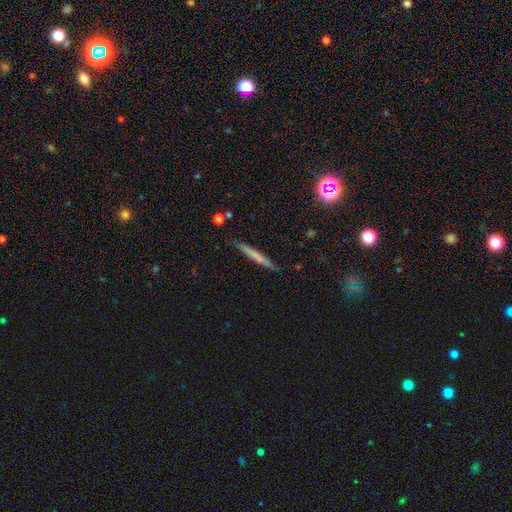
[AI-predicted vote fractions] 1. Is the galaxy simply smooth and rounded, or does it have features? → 55% smooth, 37% featured or disk, 8% star or artifact.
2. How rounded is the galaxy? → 95% cigar-shaped, 3% in between, 2% round.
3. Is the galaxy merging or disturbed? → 87% none, 10% minor disturbance, 2% major disturbance, 2% merger.